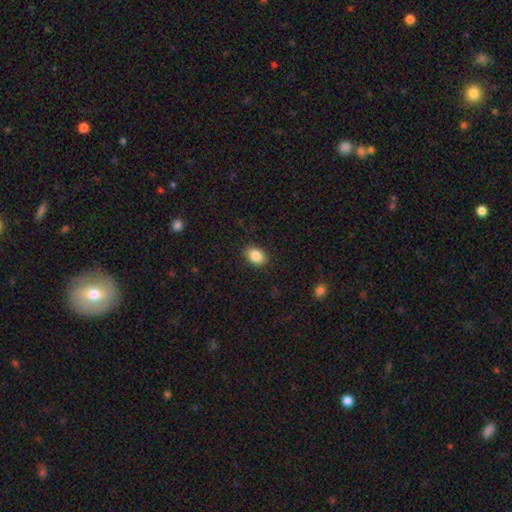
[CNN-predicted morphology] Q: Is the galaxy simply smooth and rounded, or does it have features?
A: smooth — 86%.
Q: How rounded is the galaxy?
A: in between — 78%.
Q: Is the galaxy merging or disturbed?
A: none — 89%.